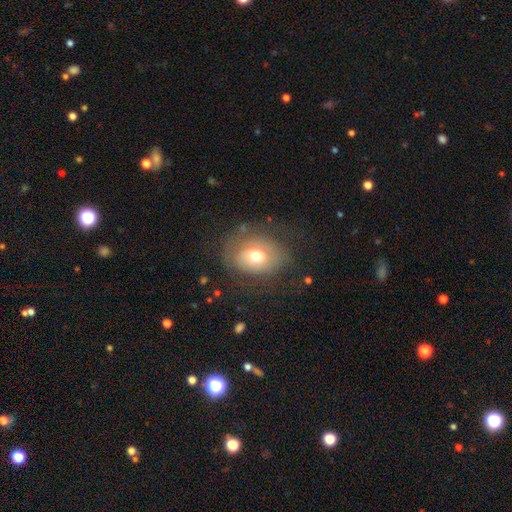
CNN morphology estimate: Q: Smooth or featured?
A: smooth (58%); runner-up: featured or disk (32%)
Q: How rounded?
A: in between (60%); runner-up: round (39%)
Q: Merging?
A: none (62%); runner-up: minor disturbance (22%)